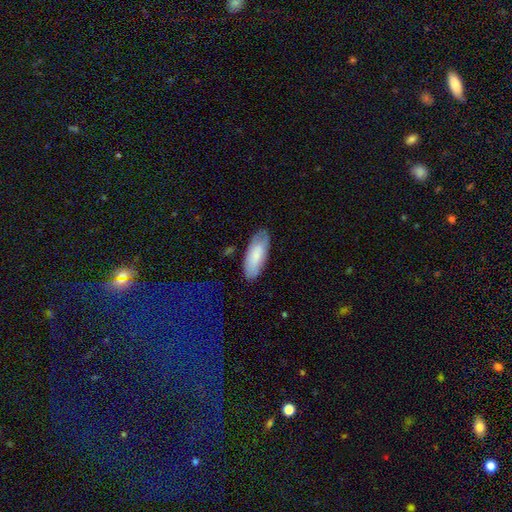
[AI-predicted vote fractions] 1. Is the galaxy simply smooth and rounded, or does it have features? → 77% smooth, 17% featured or disk, 6% star or artifact.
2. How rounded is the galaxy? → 75% in between, 24% cigar-shaped, 2% round.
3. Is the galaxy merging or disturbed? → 79% none, 16% minor disturbance, 3% major disturbance, 2% merger.